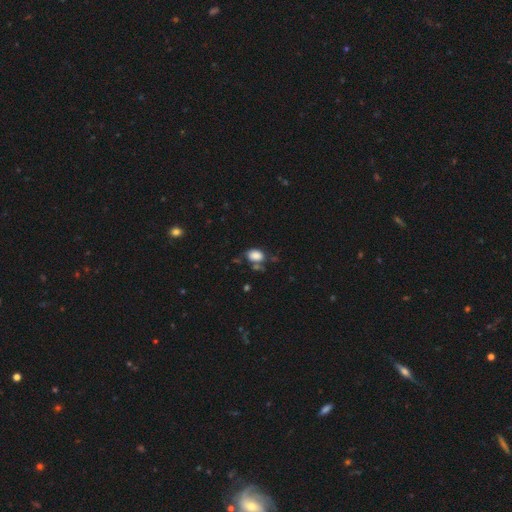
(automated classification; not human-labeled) This is clearly a smooth galaxy (83%). How rounded: likely in between (75%). Merging: possibly none (54%).